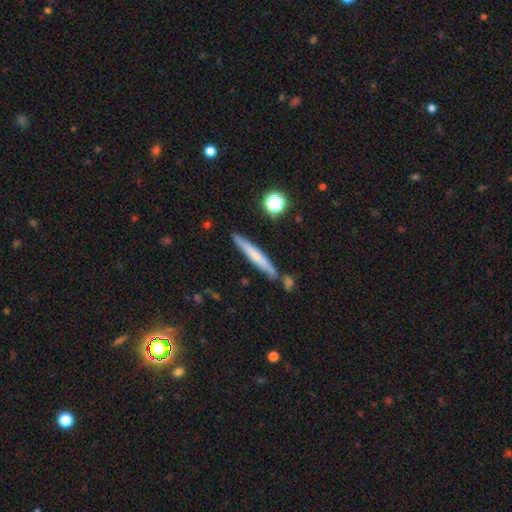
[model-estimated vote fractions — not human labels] smooth-or-featured: smooth: 58% | featured or disk: 35% | star or artifact: 7%
  how-rounded: cigar-shaped: 94% | in between: 4% | round: 1%
  merging: none: 77% | minor disturbance: 13% | merger: 8% | major disturbance: 3%